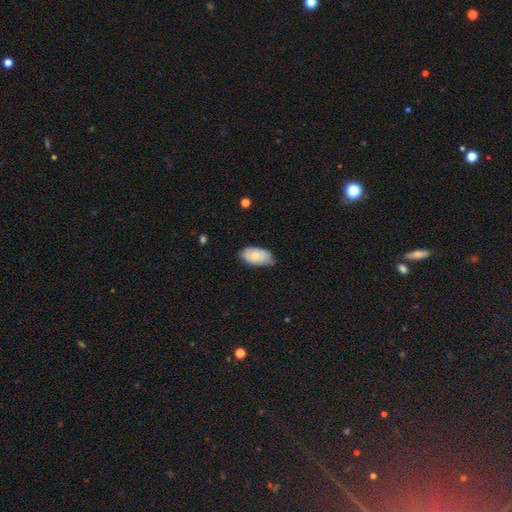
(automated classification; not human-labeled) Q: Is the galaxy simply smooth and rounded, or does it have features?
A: smooth — 67%.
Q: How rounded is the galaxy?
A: in between — 94%.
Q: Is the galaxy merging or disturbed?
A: none — 59%.